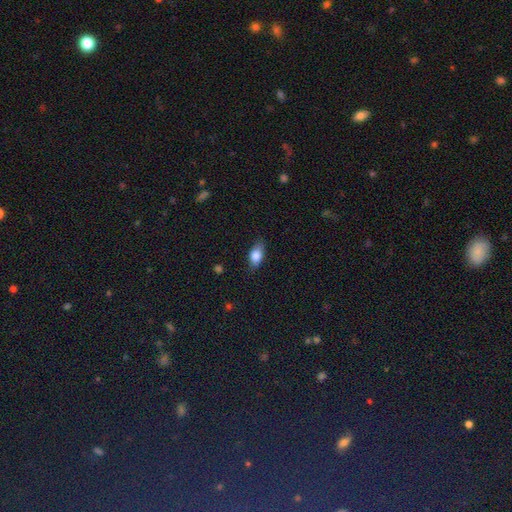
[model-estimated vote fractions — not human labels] smooth-or-featured: smooth: 81% | featured or disk: 12% | star or artifact: 8%
  how-rounded: in between: 85% | round: 7% | cigar-shaped: 7%
  merging: none: 79% | minor disturbance: 17% | major disturbance: 4% | merger: 1%